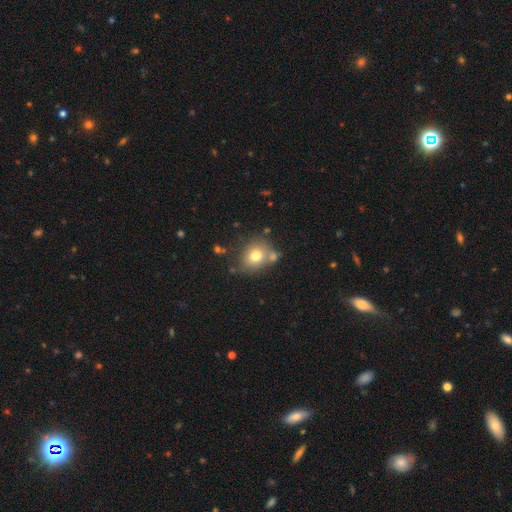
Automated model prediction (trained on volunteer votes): Morphology: type=smooth (75%); roundness=round (65%); merging=none (63%).